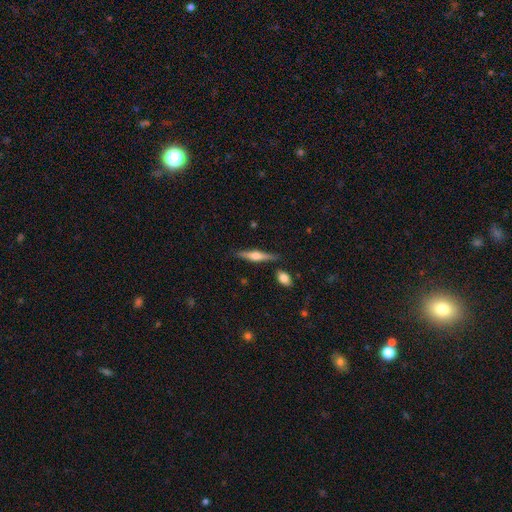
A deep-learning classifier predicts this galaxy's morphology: A featured or disk galaxy (63%) viewed edge-on (97%) with a rounded central bulge (88%). Merging: none (84%).